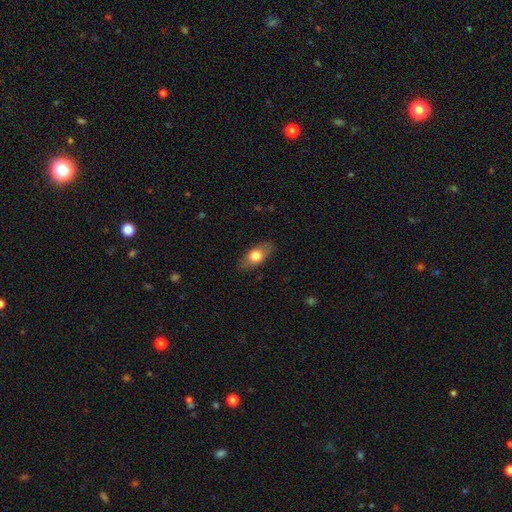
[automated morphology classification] type=smooth (71%); roundness=in between (82%); merging=none (84%).